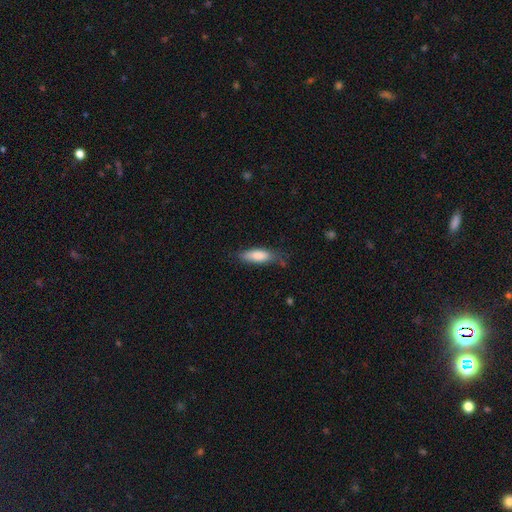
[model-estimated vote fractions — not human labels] A smooth galaxy with no disk features (81%) that is in between round and cigar-shaped (53%).

Vote fractions:
- Smooth or featured? smooth: 81% / featured or disk: 13% / star or artifact: 7%
- How rounded? in between: 53% / cigar-shaped: 45% / round: 2%
- Merging? none: 67% / minor disturbance: 25% / major disturbance: 6% / merger: 2%